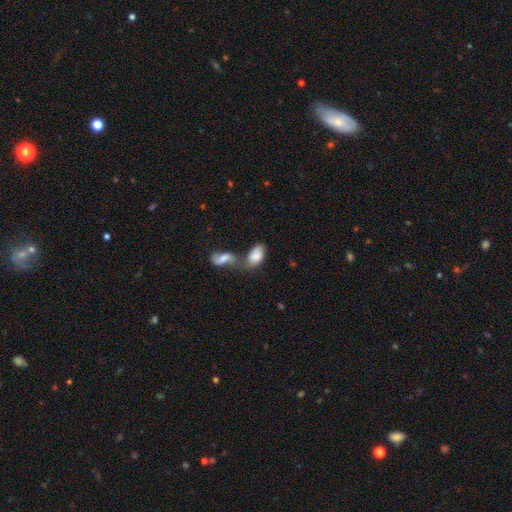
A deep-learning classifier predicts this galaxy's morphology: Smooth or featured? smooth (76%)
How rounded? in between (93%)
Merging? merger (56%)